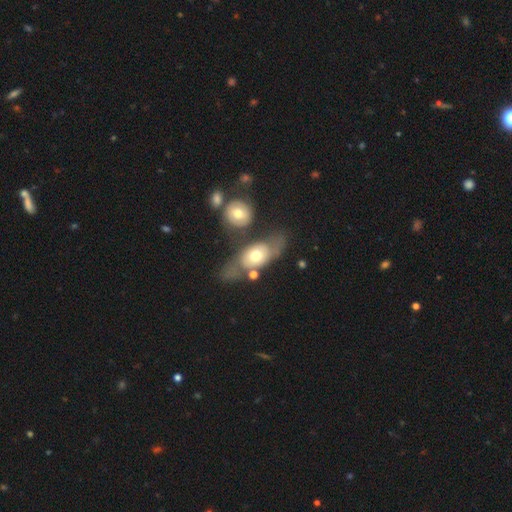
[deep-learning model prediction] Smooth or featured? Predicted: smooth (p=0.48). Merging? Predicted: none (p=0.46).